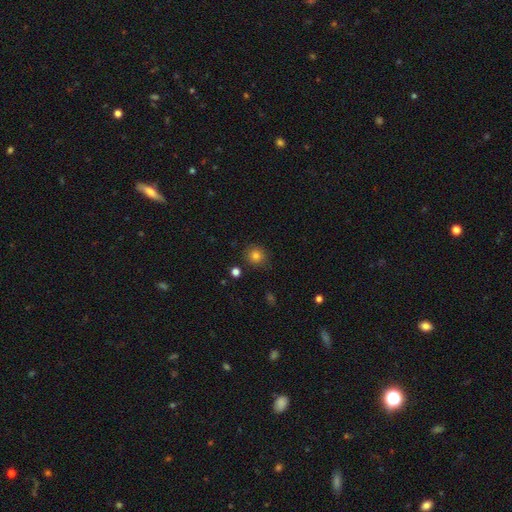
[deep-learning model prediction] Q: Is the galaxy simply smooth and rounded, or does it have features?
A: smooth — 81%.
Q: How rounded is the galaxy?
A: round — 88%.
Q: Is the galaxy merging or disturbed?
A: none — 85%.